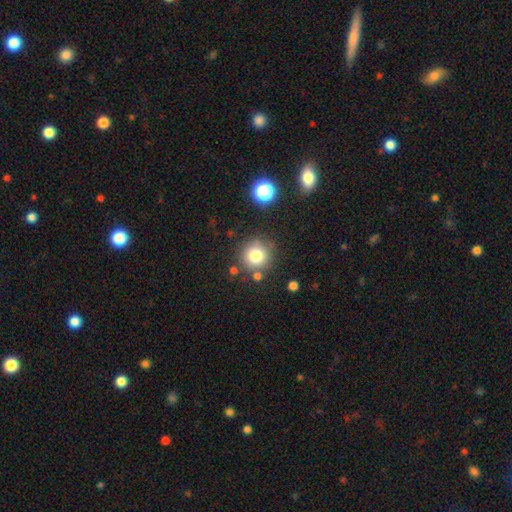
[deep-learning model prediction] Smooth or featured? Predicted: smooth (p=0.78). How rounded? Predicted: round (p=0.94). Merging? Predicted: none (p=0.80).